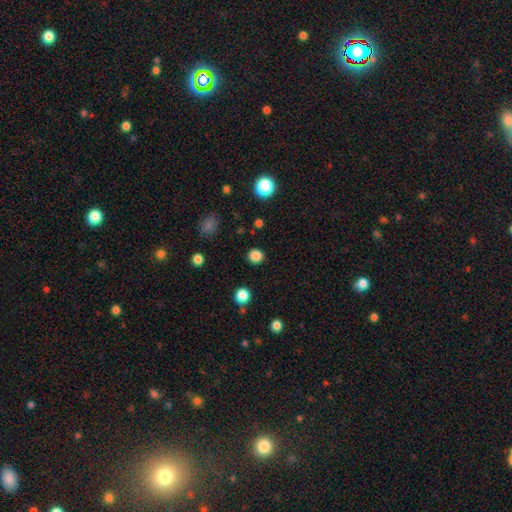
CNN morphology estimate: Smooth or featured: smooth — 84% (star or artifact — 12%)
How rounded: round — 90% (in between — 9%)
Merging: none — 91% (minor disturbance — 5%)